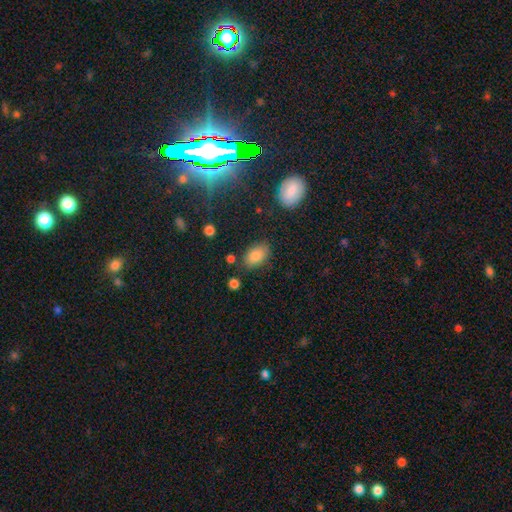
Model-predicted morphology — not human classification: Smooth or featured?
  - smooth: 83% *
  - star or artifact: 9%
  - featured or disk: 7%
How rounded?
  - in between: 90% *
  - round: 8%
  - cigar-shaped: 2%
Merging?
  - none: 78% *
  - minor disturbance: 14%
  - merger: 4%
  - major disturbance: 4%